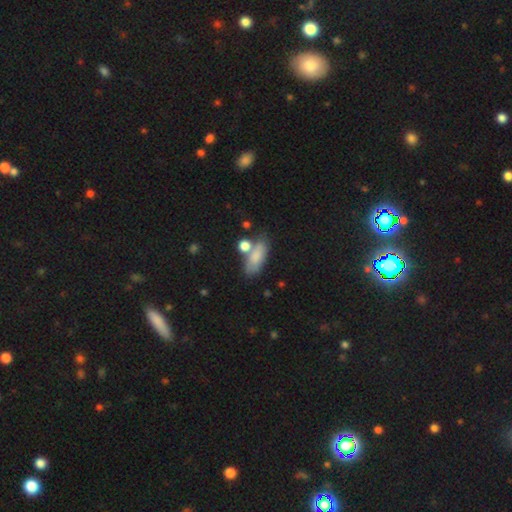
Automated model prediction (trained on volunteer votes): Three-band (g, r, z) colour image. It shows a smooth galaxy with no disk features (79%) that is in between round and cigar-shaped (76%). Merging: none (51%).